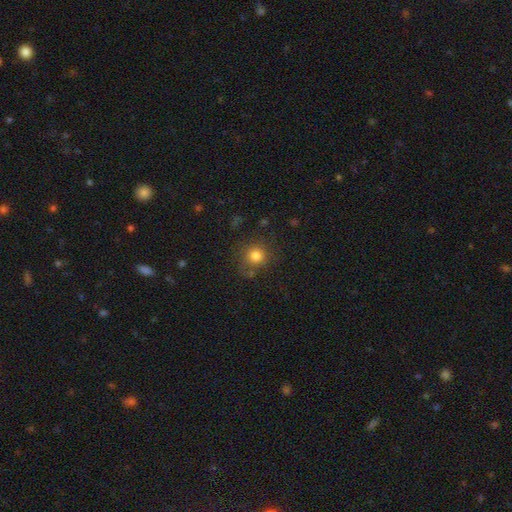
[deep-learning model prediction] Overall: smooth (80%). How rounded: round (91%). Merging: none (76%).